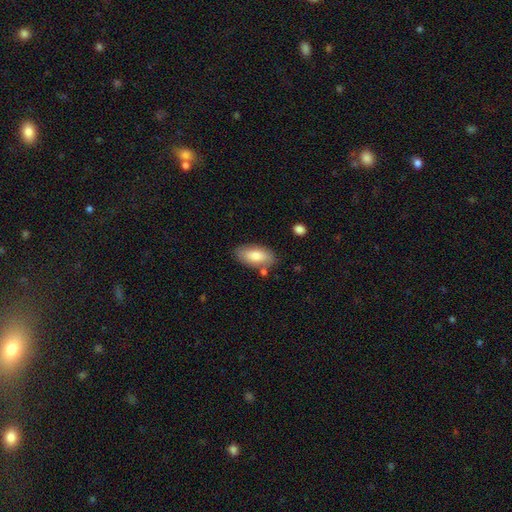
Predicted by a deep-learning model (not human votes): Smooth or featured?
  - smooth: 79% *
  - featured or disk: 15%
  - star or artifact: 6%
How rounded?
  - in between: 92% *
  - cigar-shaped: 6%
  - round: 3%
Merging?
  - none: 77% *
  - minor disturbance: 14%
  - merger: 5%
  - major disturbance: 3%